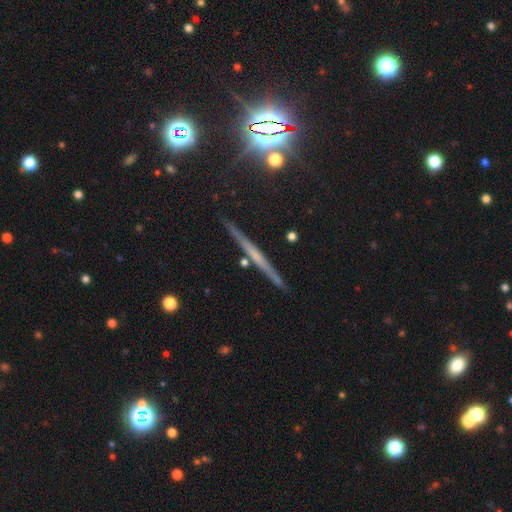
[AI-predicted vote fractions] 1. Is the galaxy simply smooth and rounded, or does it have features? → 58% featured or disk, 27% smooth, 14% star or artifact.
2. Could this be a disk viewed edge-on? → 97% yes, 3% no.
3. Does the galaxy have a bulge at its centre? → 76% none, 17% rounded, 6% boxy.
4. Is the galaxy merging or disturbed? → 88% none, 8% minor disturbance, 2% merger, 2% major disturbance.